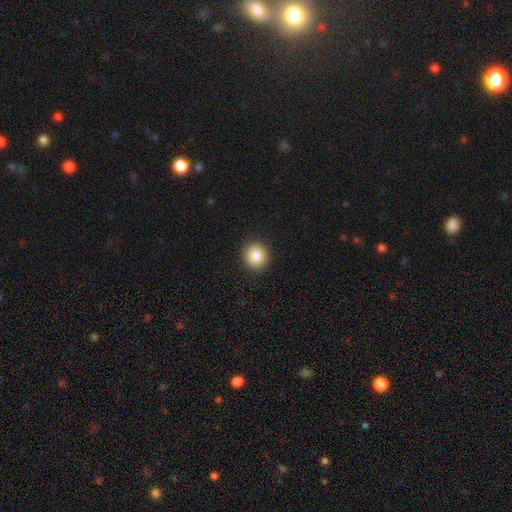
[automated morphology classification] Smooth or featured: smooth — 86% (star or artifact — 9%)
How rounded: round — 90% (in between — 9%)
Merging: none — 92% (minor disturbance — 5%)